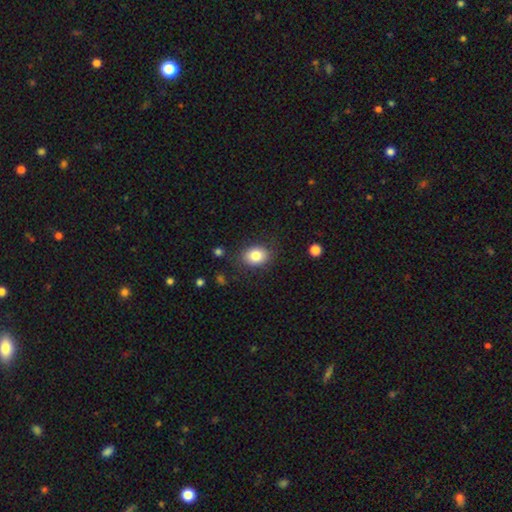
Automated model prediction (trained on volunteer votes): A smooth galaxy with no disk features (82%) that is in between round and cigar-shaped (58%).

Vote fractions:
- Smooth or featured? smooth: 82% / featured or disk: 9% / star or artifact: 9%
- How rounded? in between: 58% / round: 41% / cigar-shaped: 1%
- Merging? none: 82% / minor disturbance: 12% / major disturbance: 4% / merger: 2%